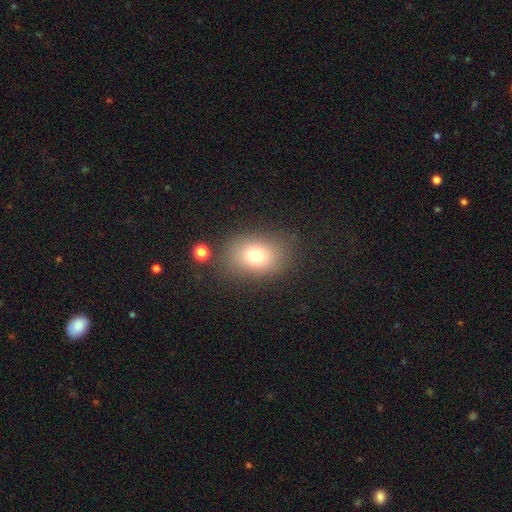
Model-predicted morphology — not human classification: A smooth galaxy with no disk features (75%) that is in between round and cigar-shaped (68%).

Vote fractions:
- Smooth or featured? smooth: 75% / star or artifact: 13% / featured or disk: 12%
- How rounded? in between: 68% / round: 30% / cigar-shaped: 1%
- Merging? none: 78% / minor disturbance: 13% / major disturbance: 6% / merger: 4%